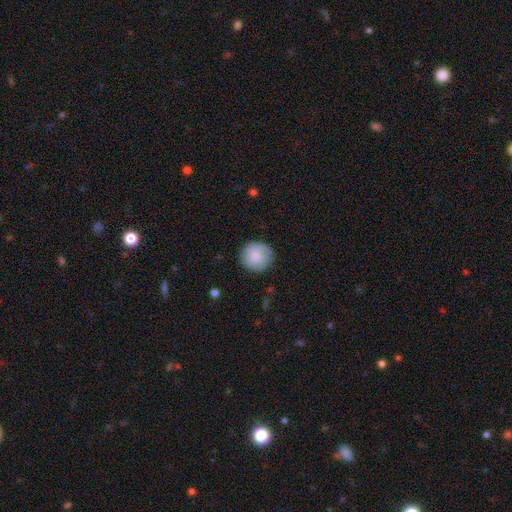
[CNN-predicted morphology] Smooth or featured? Predicted: smooth (p=0.71). How rounded? Predicted: round (p=0.93). Merging? Predicted: none (p=0.84).